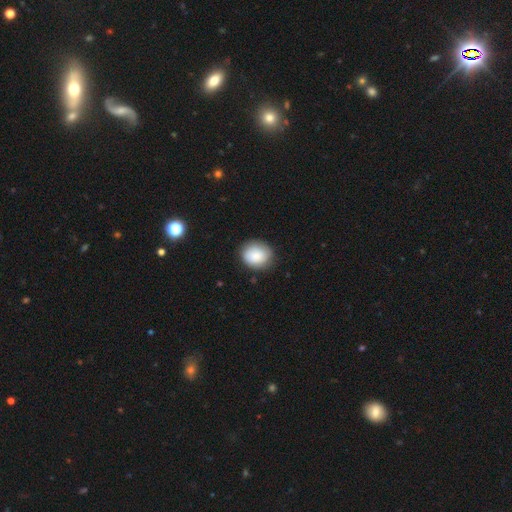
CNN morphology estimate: Q: Smooth or featured?
A: smooth (85%); runner-up: featured or disk (8%)
Q: How rounded?
A: round (72%); runner-up: in between (27%)
Q: Merging?
A: none (81%); runner-up: minor disturbance (14%)